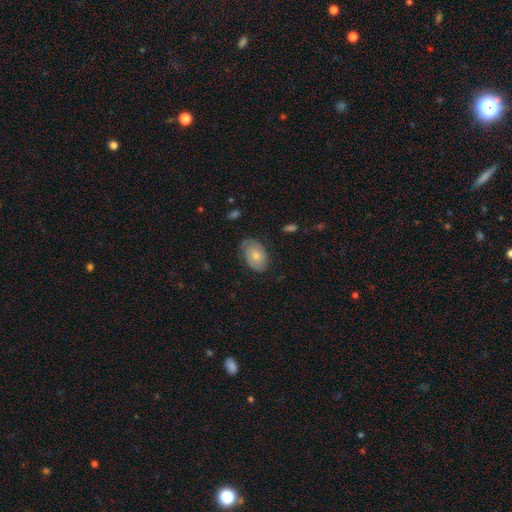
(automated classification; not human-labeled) This appears to be a smooth galaxy with no disk features (52%) that is in between round and cigar-shaped (83%). Merging: none (67%).